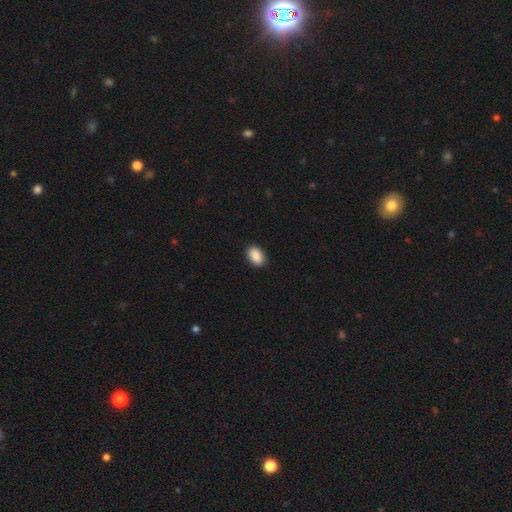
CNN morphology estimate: Overall: smooth (90%). How rounded: in between (87%). Merging: none (89%).